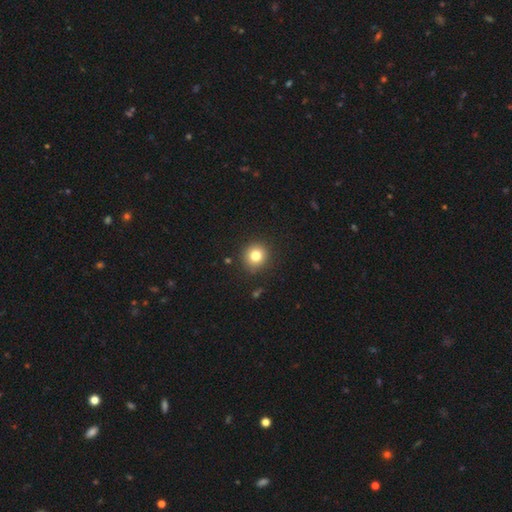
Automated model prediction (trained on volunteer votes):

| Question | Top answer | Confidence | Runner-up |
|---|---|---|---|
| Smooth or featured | smooth | 81% | star or artifact (12%) |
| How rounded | round | 90% | in between (9%) |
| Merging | none | 88% | minor disturbance (8%) |